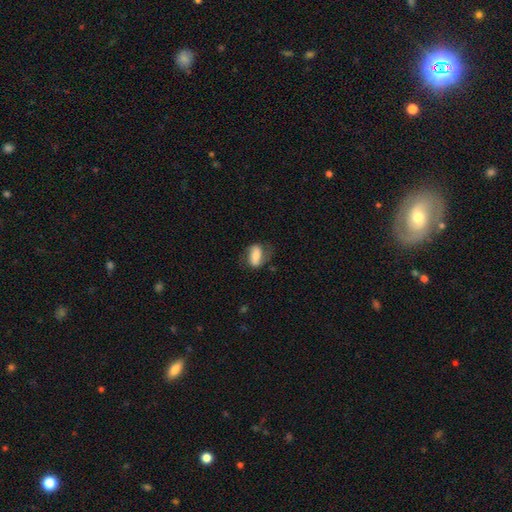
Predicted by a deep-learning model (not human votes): The model was most divided on "smooth or featured": smooth: 55%, featured or disk: 37%, star or artifact: 7%. More confident: how rounded — in between (85%); merging — none (60%).